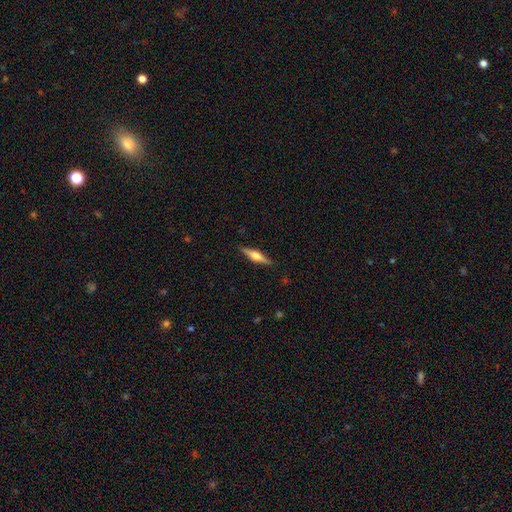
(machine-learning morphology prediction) Q: Smooth or featured?
A: featured or disk (64%); runner-up: smooth (30%)
Q: Edge-on disk?
A: yes (97%); runner-up: no (3%)
Q: Edge-on bulge?
A: rounded (91%); runner-up: boxy (6%)
Q: Merging?
A: none (90%); runner-up: minor disturbance (7%)